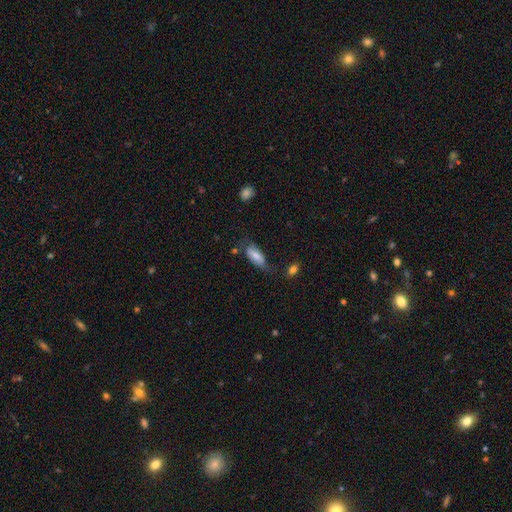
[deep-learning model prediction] Overall: smooth (63%; featured or disk 30%). How rounded: in between (77%). Merging: none (48%; minor disturbance 33%).